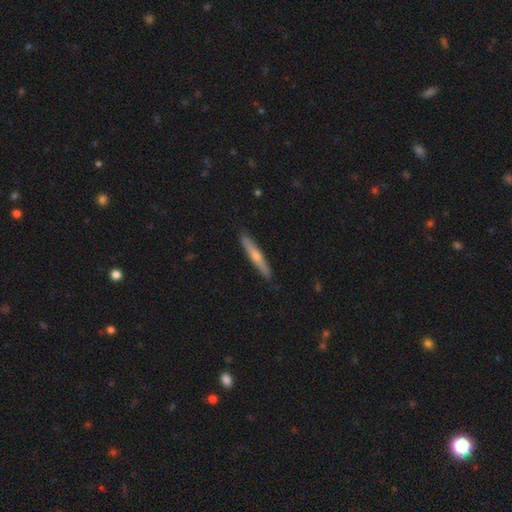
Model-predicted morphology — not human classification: featured or disk 50%, smooth 45%, star or artifact 6%. Down the decision tree: merging — none (90%).